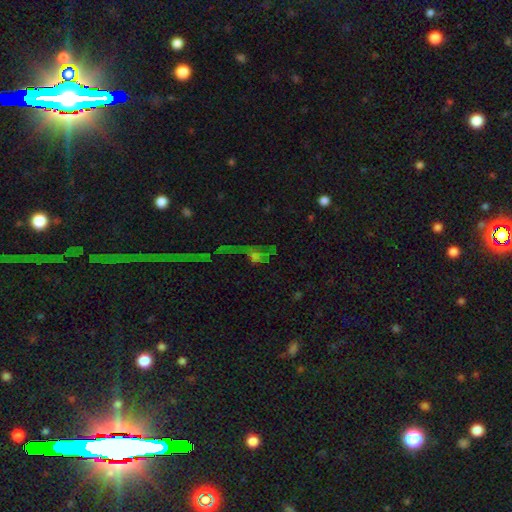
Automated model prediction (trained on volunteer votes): Q: Smooth or featured?
A: star or artifact (44%); runner-up: featured or disk (30%)